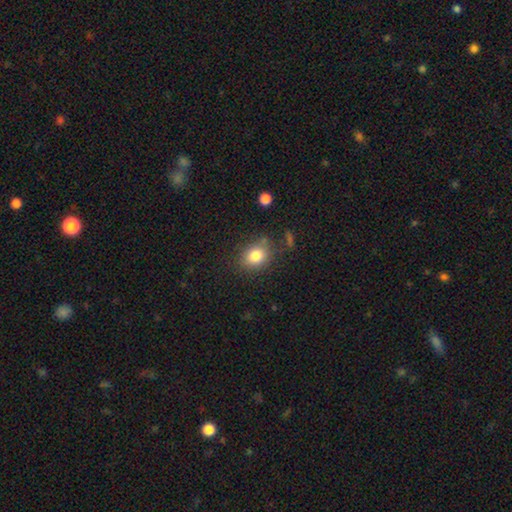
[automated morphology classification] A smooth galaxy with no disk features (82%) that is round (56%).

Vote fractions:
- Smooth or featured? smooth: 82% / star or artifact: 11% / featured or disk: 8%
- How rounded? round: 56% / in between: 43% / cigar-shaped: 1%
- Merging? none: 77% / minor disturbance: 15% / major disturbance: 5% / merger: 4%